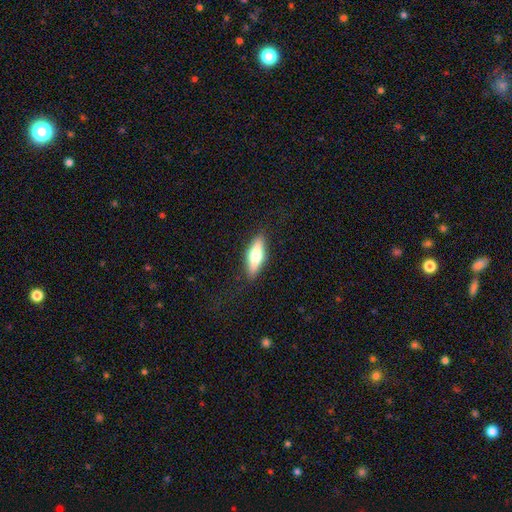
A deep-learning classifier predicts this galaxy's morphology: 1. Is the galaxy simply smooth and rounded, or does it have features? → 53% smooth, 40% featured or disk, 6% star or artifact.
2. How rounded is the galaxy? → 50% cigar-shaped, 48% in between, 3% round.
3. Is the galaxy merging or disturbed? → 87% none, 10% minor disturbance, 3% major disturbance, 1% merger.